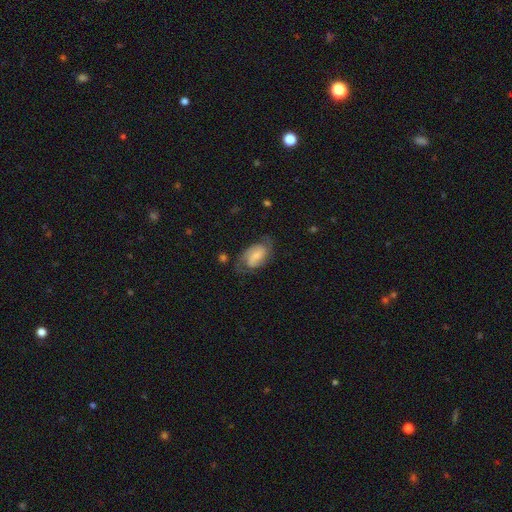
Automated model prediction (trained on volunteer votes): Q: Smooth or featured?
A: featured or disk (69%); runner-up: smooth (24%)
Q: Edge-on disk?
A: no (96%); runner-up: yes (4%)
Q: Bar?
A: weak (45%); runner-up: no (36%)
Q: Spiral arms?
A: yes (93%); runner-up: no (7%)
Q: Spiral winding?
A: medium (48%); runner-up: tight (32%)
Q: Spiral arm count?
A: 2 (83%); runner-up: can't tell (8%)
Q: Bulge size?
A: small (51%); runner-up: moderate (28%)
Q: Merging?
A: none (64%); runner-up: minor disturbance (22%)